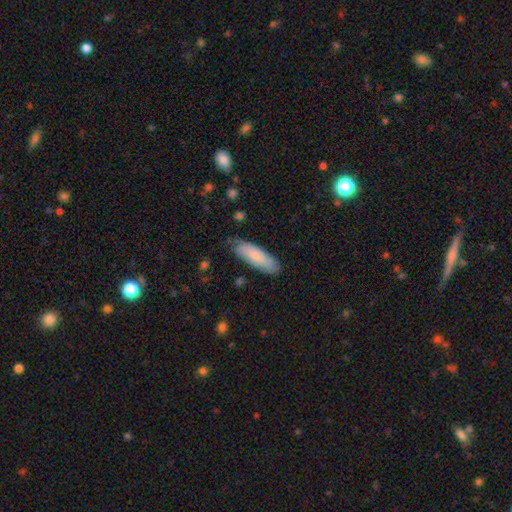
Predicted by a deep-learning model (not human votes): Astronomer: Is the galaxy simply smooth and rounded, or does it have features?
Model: smooth — 73%.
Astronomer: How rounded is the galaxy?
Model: in between — 55% (runner-up: cigar-shaped, 44%).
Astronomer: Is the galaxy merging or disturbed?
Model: none — 74%.